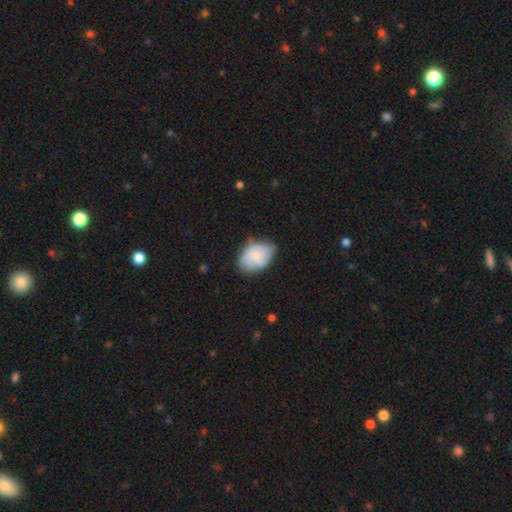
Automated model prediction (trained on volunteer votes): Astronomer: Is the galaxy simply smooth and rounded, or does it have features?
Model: smooth — 69%.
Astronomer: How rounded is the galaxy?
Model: in between — 81%.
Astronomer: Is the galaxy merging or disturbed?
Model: none — 57% (runner-up: minor disturbance, 33%).